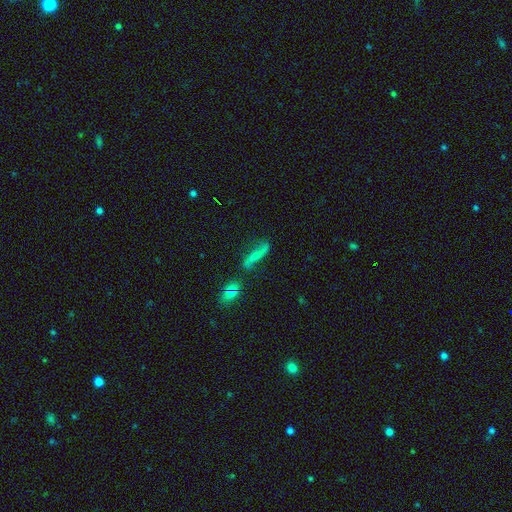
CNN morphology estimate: Overall: featured or disk (54%; smooth 35%). Edge-on disk: no (64%; yes 36%). Merging: none (60%).